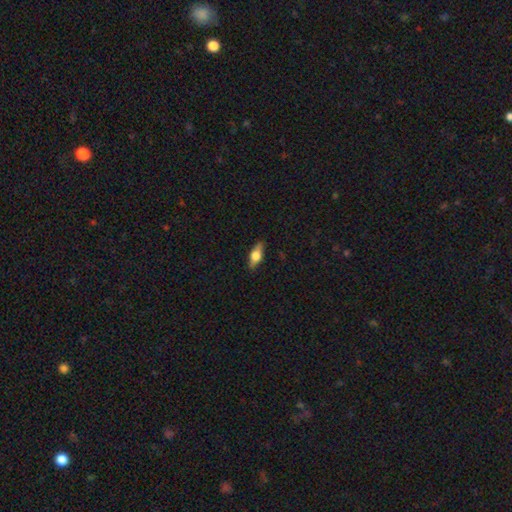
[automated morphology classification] The model was most divided on "smooth or featured": smooth: 53%, featured or disk: 40%, star or artifact: 7%. More confident: merging — none (87%); how rounded — in between (69%).